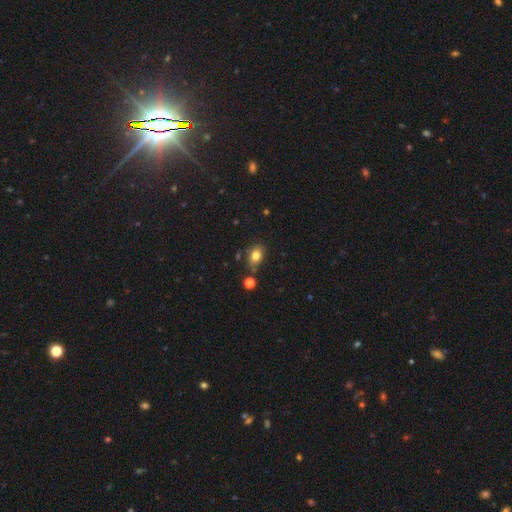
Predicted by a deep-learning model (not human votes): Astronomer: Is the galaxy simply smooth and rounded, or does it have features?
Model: smooth — 79%.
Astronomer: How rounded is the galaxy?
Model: in between — 68%.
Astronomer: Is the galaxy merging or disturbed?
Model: none — 72%.